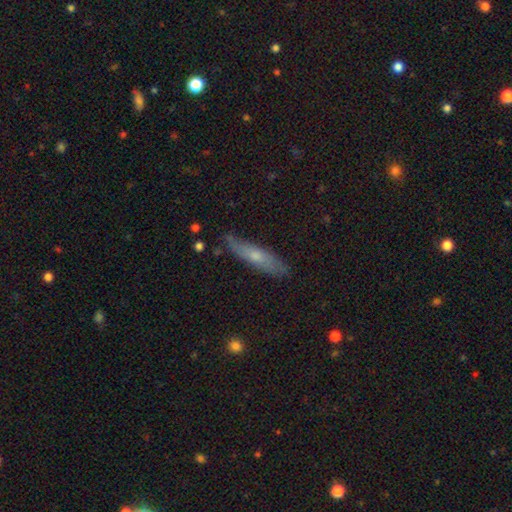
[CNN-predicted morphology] Q: Smooth or featured?
A: smooth (52%); runner-up: featured or disk (41%)
Q: How rounded?
A: cigar-shaped (80%); runner-up: in between (18%)
Q: Merging?
A: none (78%); runner-up: minor disturbance (18%)